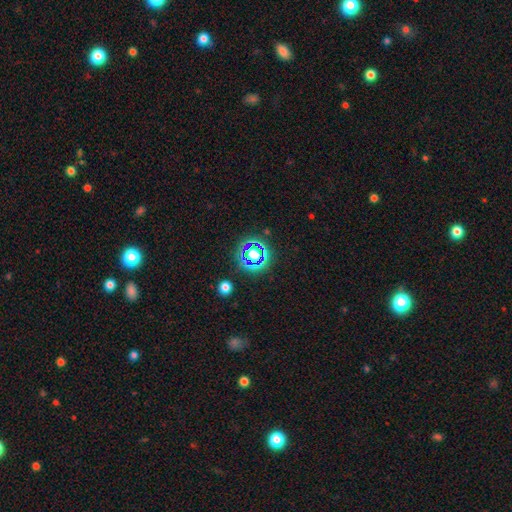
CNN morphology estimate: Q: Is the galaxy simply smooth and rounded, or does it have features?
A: star or artifact — 61%.